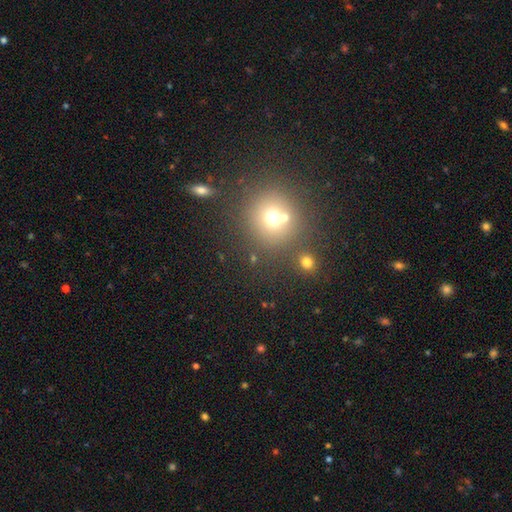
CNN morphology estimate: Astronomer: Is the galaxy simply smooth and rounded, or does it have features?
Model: smooth — 54% (runner-up: star or artifact, 33%).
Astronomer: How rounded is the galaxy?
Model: round — 89%.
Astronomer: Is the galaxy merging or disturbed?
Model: none — 71%.